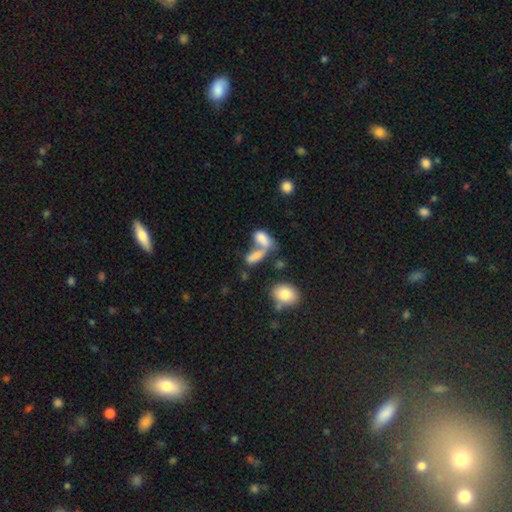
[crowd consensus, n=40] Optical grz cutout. It shows a smooth galaxy with no disk features (90%) that is in between round and cigar-shaped (81%). Merging: merger (59%).